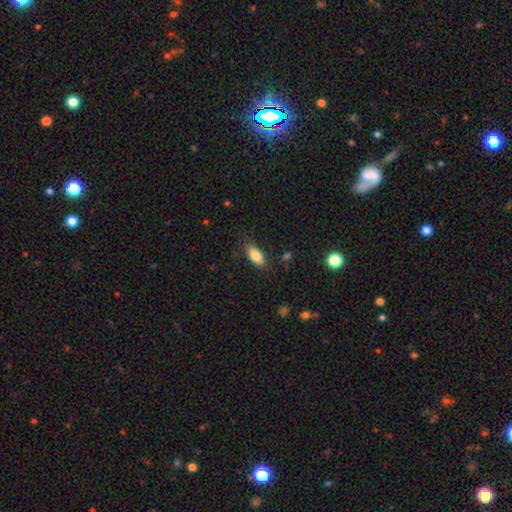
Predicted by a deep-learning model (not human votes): Q: Smooth or featured?
A: smooth (82%); runner-up: featured or disk (11%)
Q: How rounded?
A: in between (86%); runner-up: cigar-shaped (11%)
Q: Merging?
A: none (80%); runner-up: minor disturbance (15%)